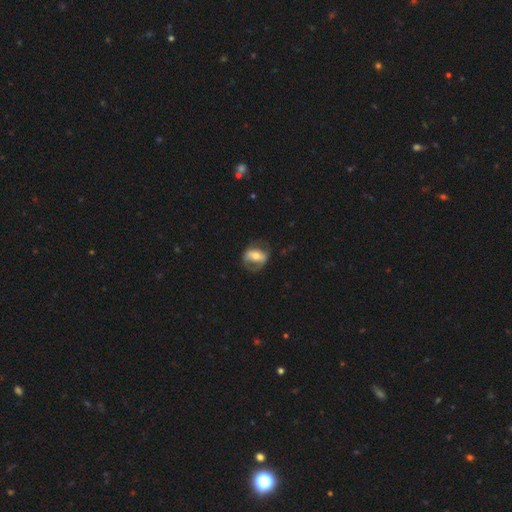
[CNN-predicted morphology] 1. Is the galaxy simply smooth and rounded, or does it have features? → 49% featured or disk, 44% smooth, 7% star or artifact.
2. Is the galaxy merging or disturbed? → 58% none, 22% minor disturbance, 18% major disturbance, 2% merger.